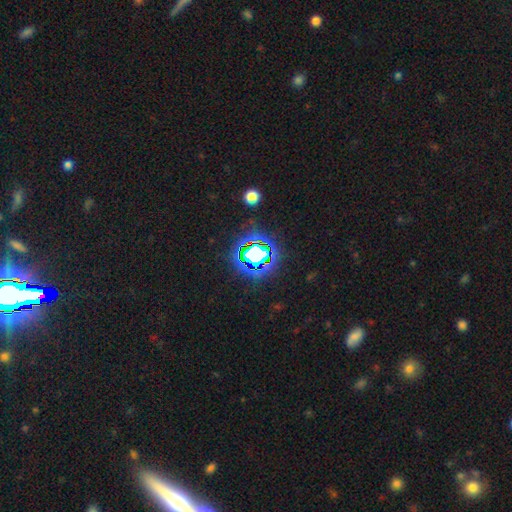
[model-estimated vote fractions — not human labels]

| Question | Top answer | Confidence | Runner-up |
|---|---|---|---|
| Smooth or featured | star or artifact | 73% | smooth (16%) |